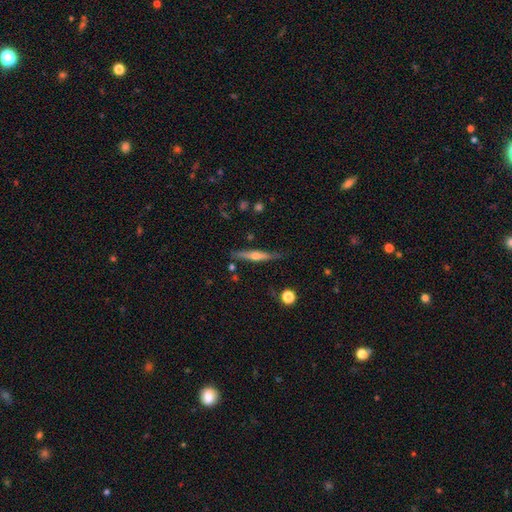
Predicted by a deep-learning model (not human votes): Smooth or featured: featured or disk — 65% (smooth — 29%)
Edge-on disk: yes — 96% (no — 4%)
Edge-on bulge: rounded — 89% (none — 6%)
Merging: none — 80% (minor disturbance — 14%)